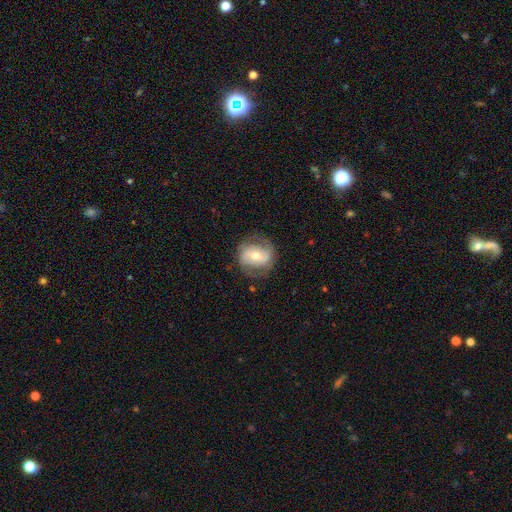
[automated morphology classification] The model was most divided on "bar": no: 38%, weak: 37%, strong: 25%. Remaining: edge-on disk — no (97%); spiral arms — yes (83%); spiral arm count — 2 (82%); merging — none (76%); smooth or featured — featured or disk (68%); bulge size — moderate (63%); spiral winding — medium (42%).